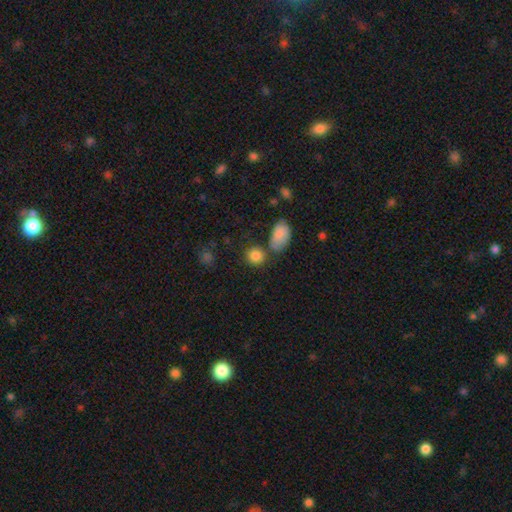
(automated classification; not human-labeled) Q: Smooth or featured?
A: smooth (86%); runner-up: star or artifact (9%)
Q: How rounded?
A: round (78%); runner-up: in between (21%)
Q: Merging?
A: none (67%); runner-up: merger (18%)